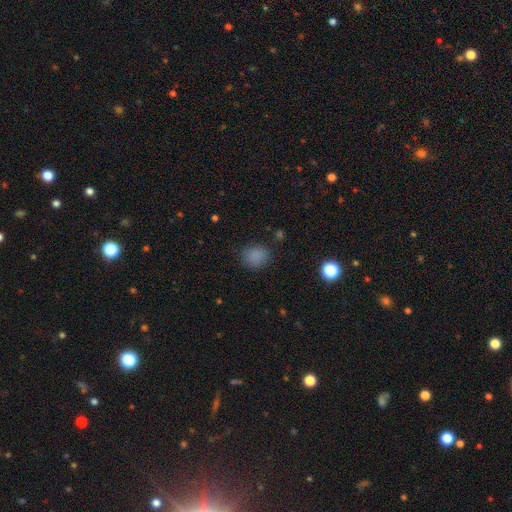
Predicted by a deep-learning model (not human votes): Smooth or featured? smooth (83%)
How rounded? round (68%)
Merging? none (81%)